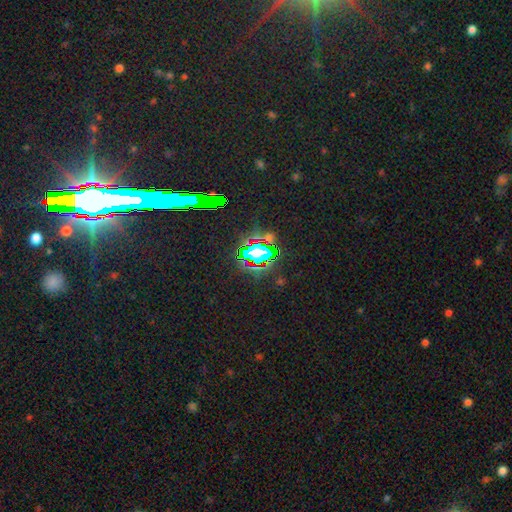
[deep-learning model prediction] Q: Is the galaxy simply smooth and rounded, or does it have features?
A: star or artifact — 69%.